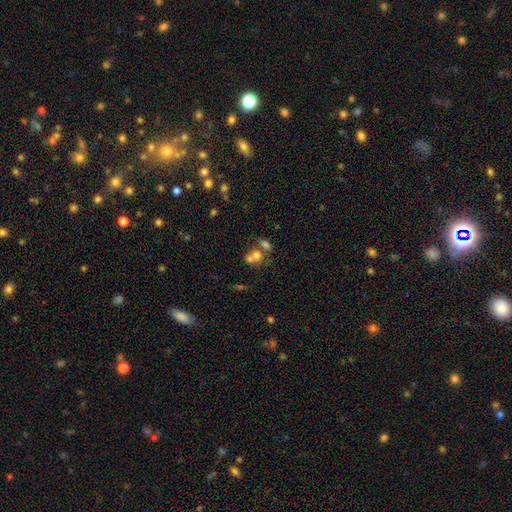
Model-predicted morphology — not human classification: Overall: smooth (65%). How rounded: round (51%; in between 47%). Merging: merger (56%; none 30%).